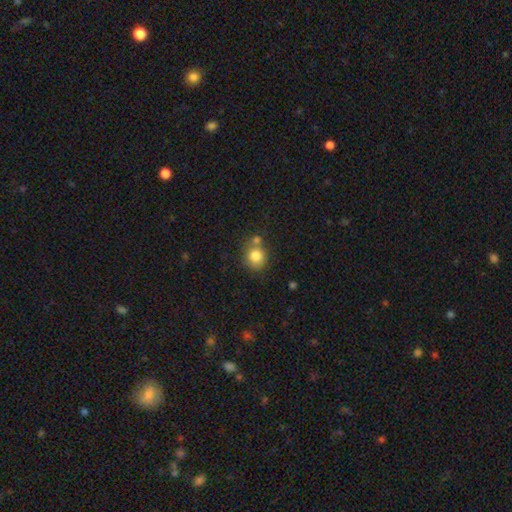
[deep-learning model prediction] A smooth galaxy with no disk features (81%) that is round (81%).

Vote fractions:
- Smooth or featured? smooth: 81% / star or artifact: 10% / featured or disk: 9%
- How rounded? round: 81% / in between: 18% / cigar-shaped: 1%
- Merging? none: 59% / merger: 24% / minor disturbance: 13% / major disturbance: 4%